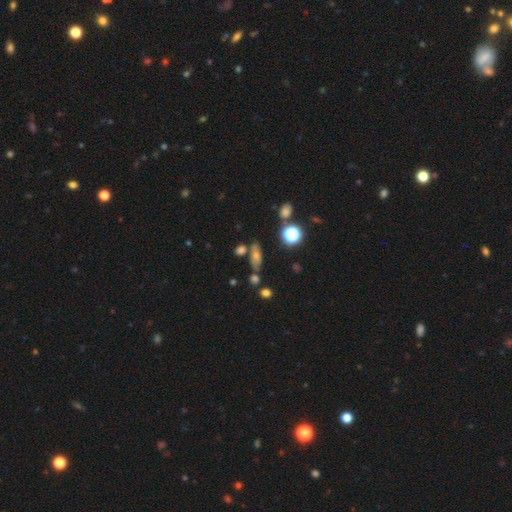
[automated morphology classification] type=smooth (60%); roundness=in between (59%); merging=none (66%).